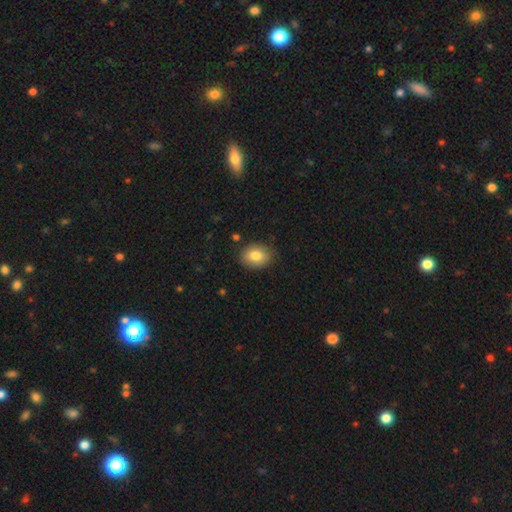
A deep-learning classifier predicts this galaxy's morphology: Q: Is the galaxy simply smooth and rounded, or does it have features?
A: smooth — 82%.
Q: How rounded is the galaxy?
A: in between — 63%.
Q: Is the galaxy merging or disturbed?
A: none — 84%.